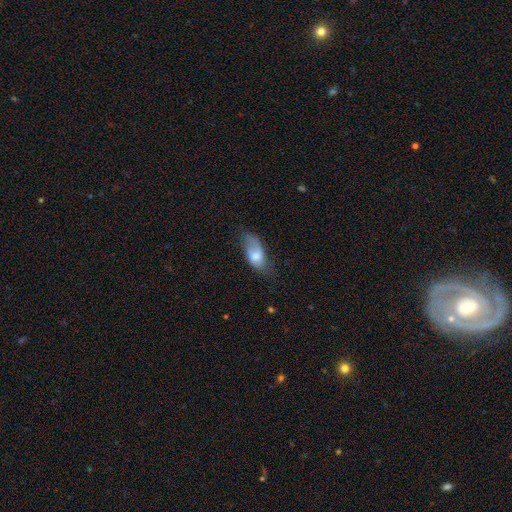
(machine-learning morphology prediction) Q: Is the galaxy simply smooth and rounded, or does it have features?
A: smooth — 63%.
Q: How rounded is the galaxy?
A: in between — 87%.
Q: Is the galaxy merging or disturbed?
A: none — 40%.